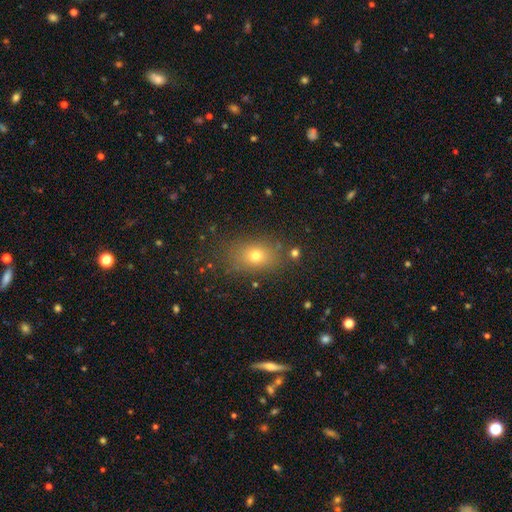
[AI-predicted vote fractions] Overall: smooth (71%). How rounded: in between (66%; round 32%). Merging: none (81%).